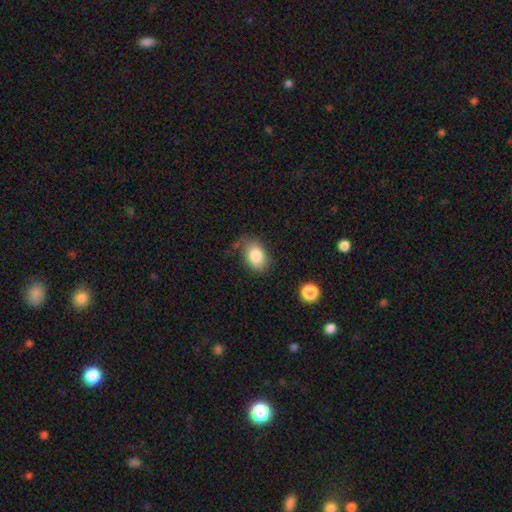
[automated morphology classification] A smooth galaxy with no disk features (81%) that is in between round and cigar-shaped (80%).

Vote fractions:
- Smooth or featured? smooth: 81% / featured or disk: 11% / star or artifact: 8%
- How rounded? in between: 80% / round: 19% / cigar-shaped: 1%
- Merging? none: 59% / minor disturbance: 25% / major disturbance: 12% / merger: 3%